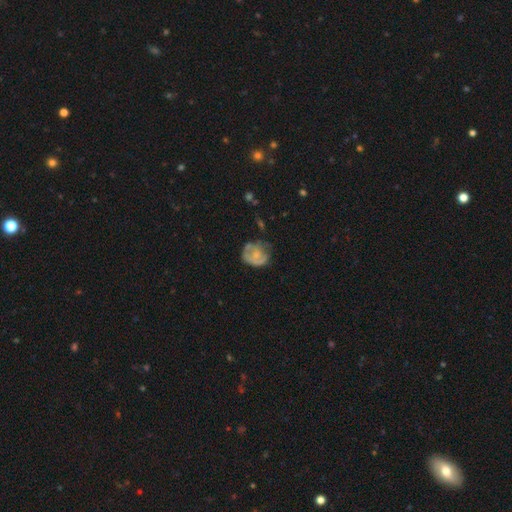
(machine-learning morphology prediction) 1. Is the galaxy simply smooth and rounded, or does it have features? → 51% featured or disk, 41% smooth, 8% star or artifact.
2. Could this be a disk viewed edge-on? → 98% no, 2% yes.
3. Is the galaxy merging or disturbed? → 44% none, 30% minor disturbance, 22% major disturbance, 4% merger.